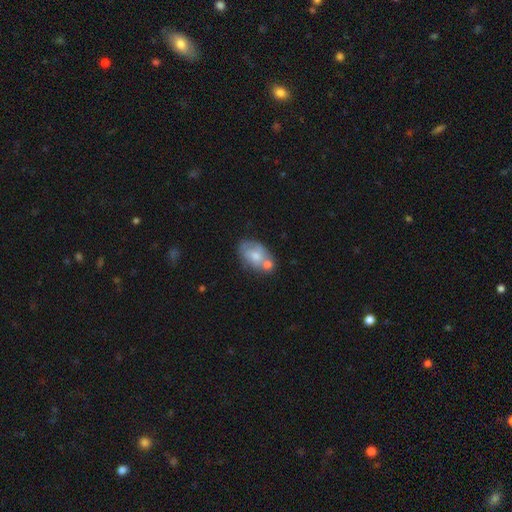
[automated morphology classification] A smooth galaxy with no disk features (54%) that is in between round and cigar-shaped (83%).

Vote fractions:
- Smooth or featured? smooth: 54% / featured or disk: 39% / star or artifact: 7%
- How rounded? in between: 83% / round: 15% / cigar-shaped: 2%
- Merging? merger: 38% / none: 36% / minor disturbance: 20% / major disturbance: 7%